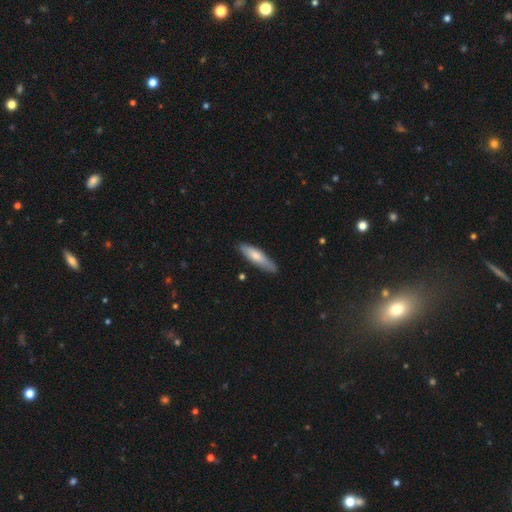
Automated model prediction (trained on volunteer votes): Smooth or featured? Predicted: smooth (p=0.70). How rounded? Predicted: cigar-shaped (p=0.71). Merging? Predicted: none (p=0.81).